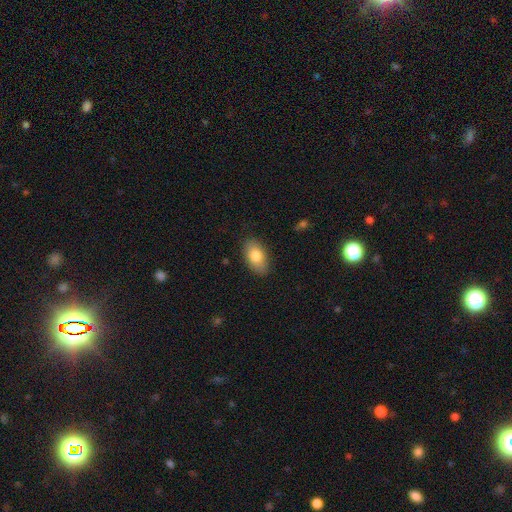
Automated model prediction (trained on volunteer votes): Smooth or featured? smooth (80%)
How rounded? in between (92%)
Merging? none (85%)